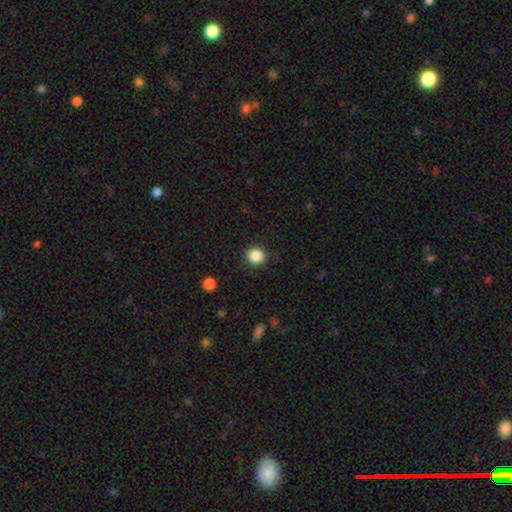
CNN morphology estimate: This appears to be a smooth galaxy with no disk features (86%) that is round (85%). Merging: none (90%).